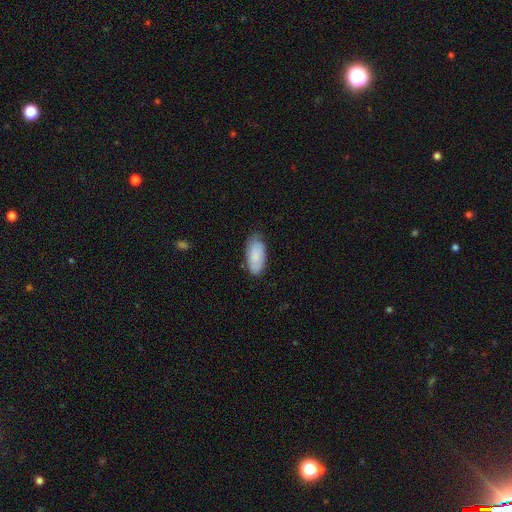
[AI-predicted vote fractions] Smooth or featured?
  - smooth: 77% *
  - featured or disk: 17%
  - star or artifact: 6%
How rounded?
  - in between: 92% *
  - cigar-shaped: 6%
  - round: 2%
Merging?
  - none: 71% *
  - minor disturbance: 23%
  - major disturbance: 4%
  - merger: 1%